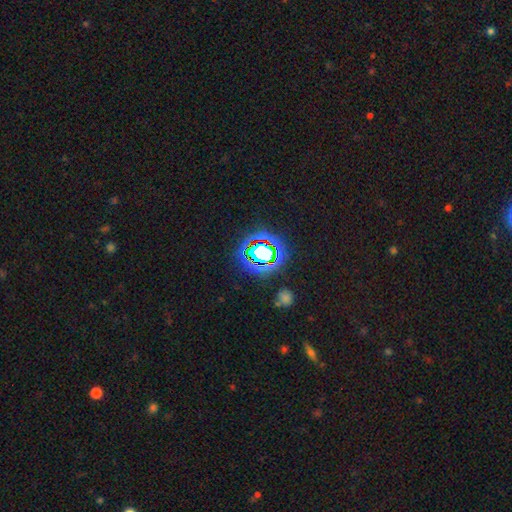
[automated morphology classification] Smooth or featured? star or artifact (80%)